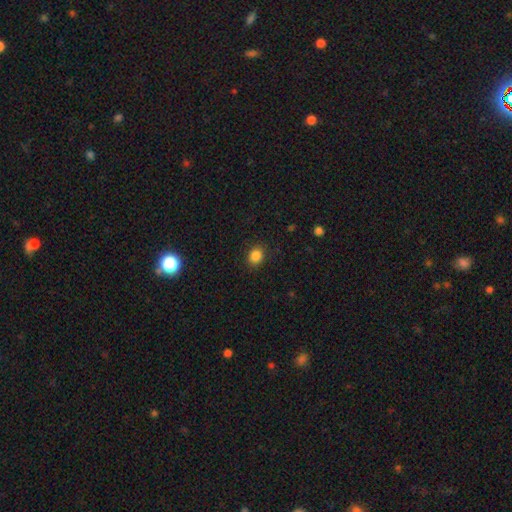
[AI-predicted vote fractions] Overall: smooth (85%). How rounded: round (60%; in between 39%). Merging: none (88%).